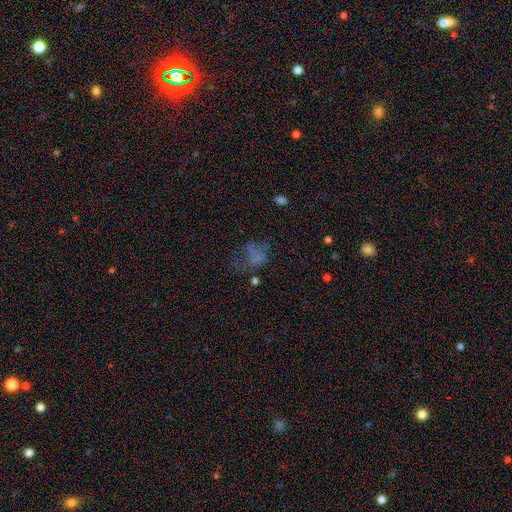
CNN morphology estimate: Q: Smooth or featured?
A: smooth (54%); runner-up: star or artifact (24%)
Q: How rounded?
A: in between (64%); runner-up: round (34%)
Q: Merging?
A: none (39%); runner-up: major disturbance (34%)